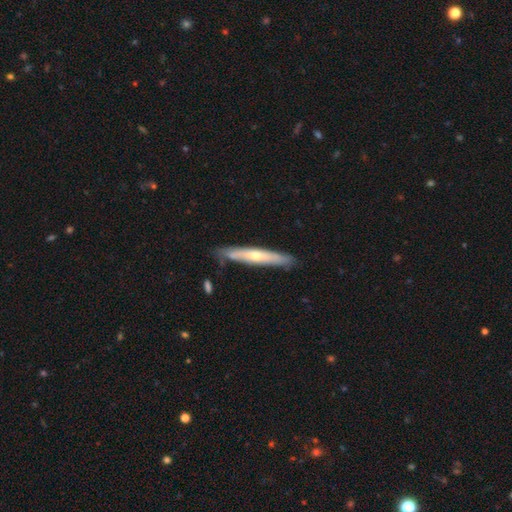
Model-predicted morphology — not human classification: Overall: featured or disk (52%; smooth 42%). Edge-on disk: yes (84%). Merging: none (82%).